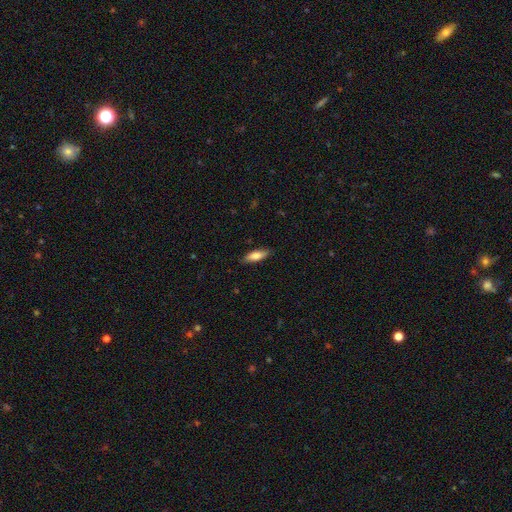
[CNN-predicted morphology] Smooth or featured? smooth (77%)
How rounded? in between (57%)
Merging? none (86%)